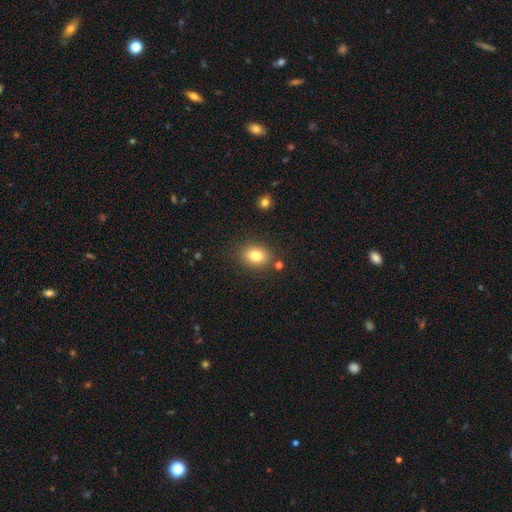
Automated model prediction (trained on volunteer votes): Smooth or featured?
  - smooth: 81% *
  - star or artifact: 10%
  - featured or disk: 8%
How rounded?
  - in between: 60% *
  - round: 39%
  - cigar-shaped: 1%
Merging?
  - none: 82% *
  - minor disturbance: 11%
  - merger: 4%
  - major disturbance: 3%